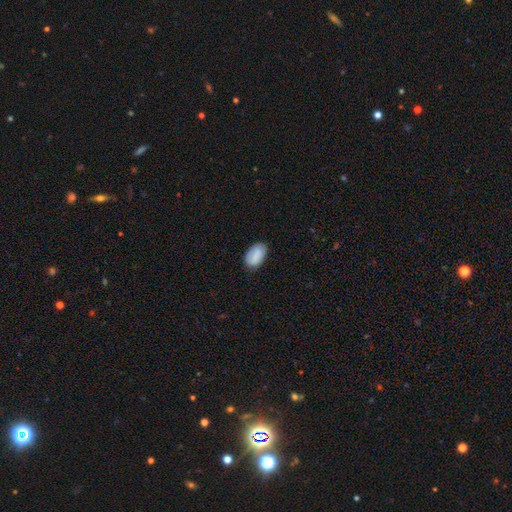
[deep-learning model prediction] This is clearly a smooth galaxy (83%). How rounded: clearly in between (92%). Merging: clearly none (81%).